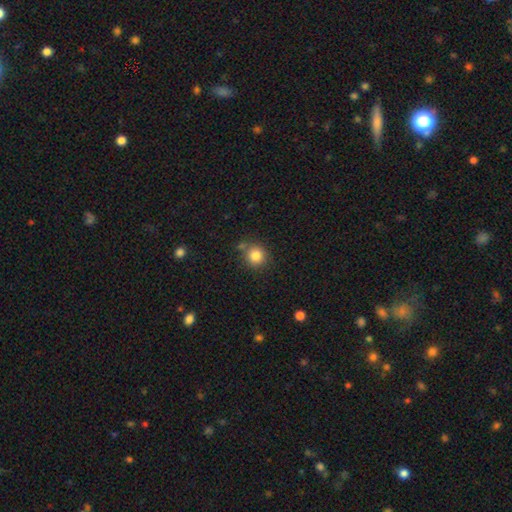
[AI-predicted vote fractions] smooth 83%, star or artifact 11%, featured or disk 6%. Down the decision tree: how rounded — round (90%); merging — none (75%).